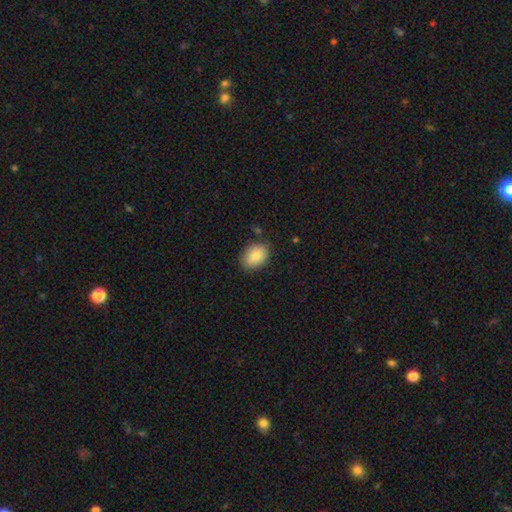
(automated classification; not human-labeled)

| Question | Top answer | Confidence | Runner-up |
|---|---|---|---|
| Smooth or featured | smooth | 84% | featured or disk (8%) |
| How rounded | in between | 77% | round (22%) |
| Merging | none | 80% | minor disturbance (15%) |